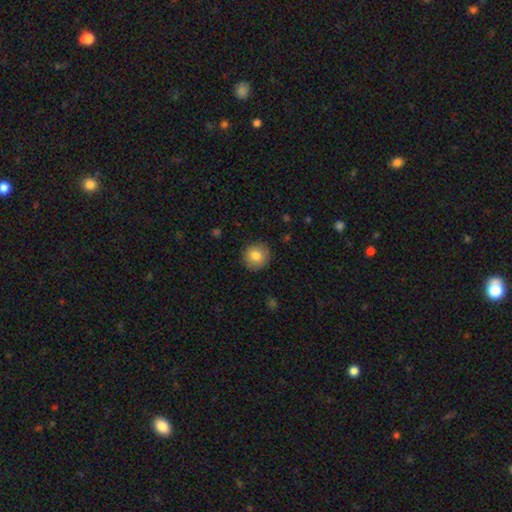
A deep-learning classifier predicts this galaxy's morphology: Q: Smooth or featured?
A: smooth (83%); runner-up: featured or disk (9%)
Q: How rounded?
A: round (92%); runner-up: in between (7%)
Q: Merging?
A: none (88%); runner-up: minor disturbance (9%)